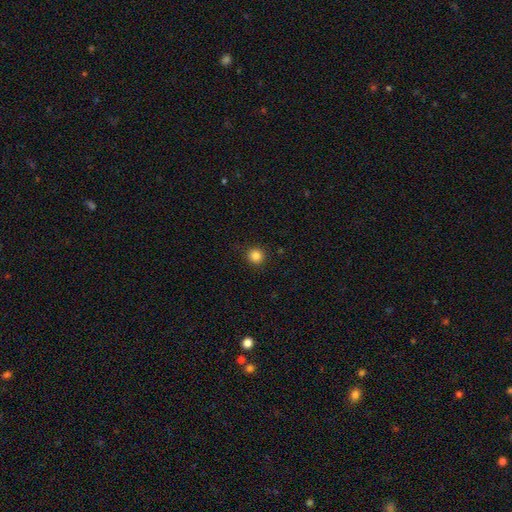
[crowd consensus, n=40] Morphology: type=smooth (90%); roundness=round (97%); merging=none (92%).